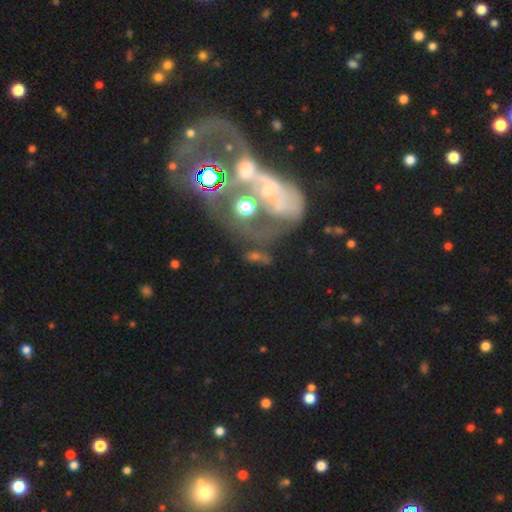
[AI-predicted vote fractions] Morphology: type=featured or disk (43%); merging=merger (32%).